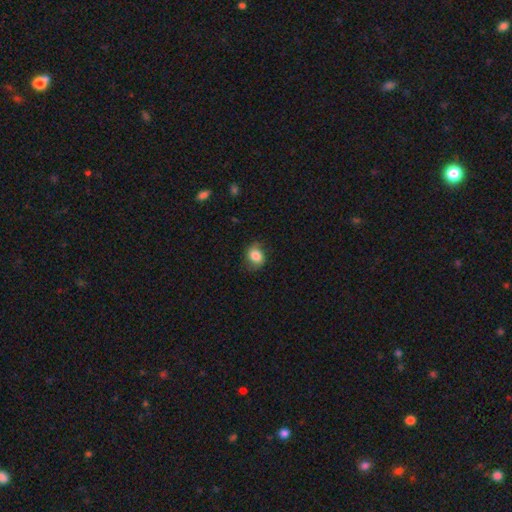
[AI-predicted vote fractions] Smooth or featured: smooth — 77% (featured or disk — 14%)
How rounded: round — 53% (in between — 46%)
Merging: none — 70% (minor disturbance — 22%)